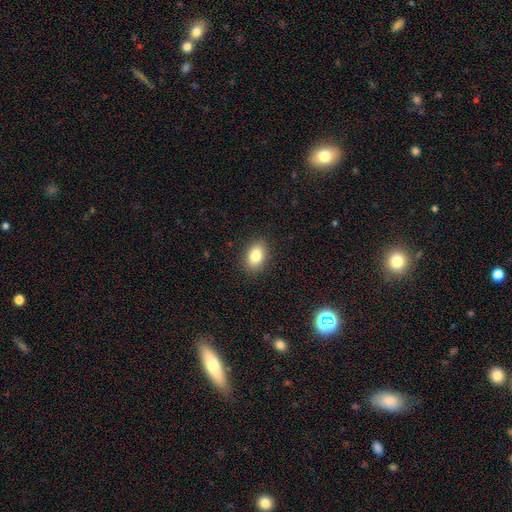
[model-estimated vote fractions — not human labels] A smooth galaxy with no disk features (82%) that is in between round and cigar-shaped (82%).

Vote fractions:
- Smooth or featured? smooth: 82% / star or artifact: 9% / featured or disk: 9%
- How rounded? in between: 82% / round: 17% / cigar-shaped: 1%
- Merging? none: 89% / minor disturbance: 8% / major disturbance: 2% / merger: 1%